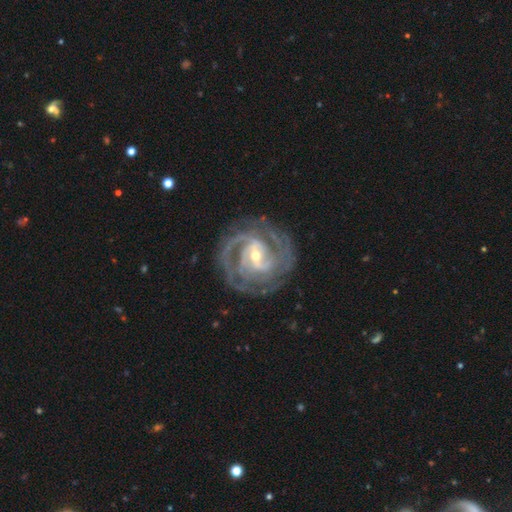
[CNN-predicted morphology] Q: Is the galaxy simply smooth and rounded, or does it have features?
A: featured or disk — 92%.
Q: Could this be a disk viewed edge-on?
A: no — 97%.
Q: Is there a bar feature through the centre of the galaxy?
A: weak — 45%.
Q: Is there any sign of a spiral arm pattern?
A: yes — 98%.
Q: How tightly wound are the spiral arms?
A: tight — 60%.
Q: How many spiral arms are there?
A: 2 — 34%.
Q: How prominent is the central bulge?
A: small — 50%.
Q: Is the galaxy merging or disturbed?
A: none — 78%.